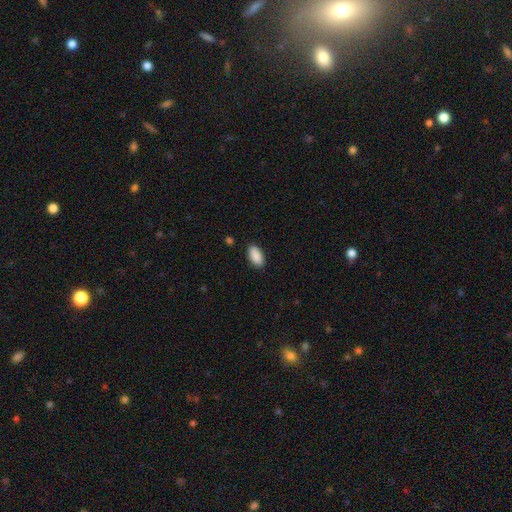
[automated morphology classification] The model was most divided on "merging": none: 88%, minor disturbance: 9%, major disturbance: 2%, merger: 1%. More confident: how rounded — in between (93%); smooth or featured — smooth (90%).